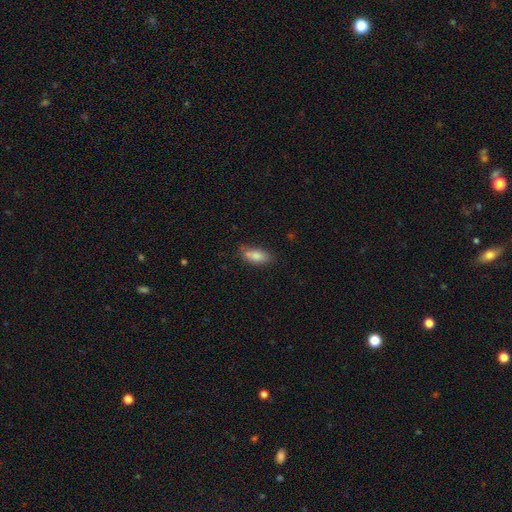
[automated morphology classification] smooth 83%, featured or disk 9%, star or artifact 8%. Down the decision tree: how rounded — in between (85%); merging — none (66%).